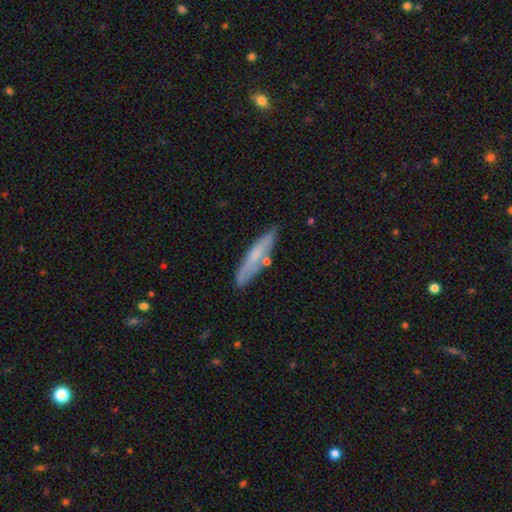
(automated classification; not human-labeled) smooth_or_featured: smooth (p=0.63) [alt: featured or disk p=0.30]
how_rounded: cigar-shaped (p=0.87) [alt: in between p=0.12]
merging: none (p=0.77) [alt: minor disturbance p=0.15]